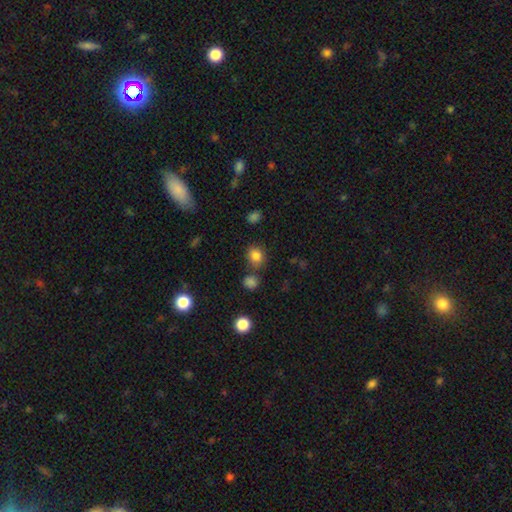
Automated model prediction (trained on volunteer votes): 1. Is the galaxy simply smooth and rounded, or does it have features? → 82% smooth, 12% star or artifact, 6% featured or disk.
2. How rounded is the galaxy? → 64% round, 35% in between, 1% cigar-shaped.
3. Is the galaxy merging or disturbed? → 74% none, 12% minor disturbance, 10% merger, 4% major disturbance.